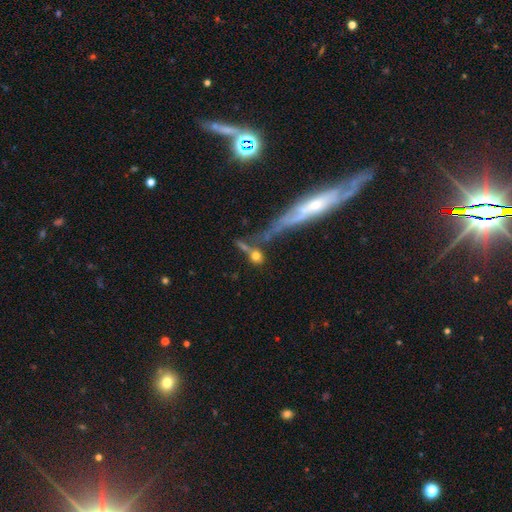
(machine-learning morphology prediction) This is likely a smooth galaxy (68%). How rounded: likely round (61%). Merging: possibly none (50%).